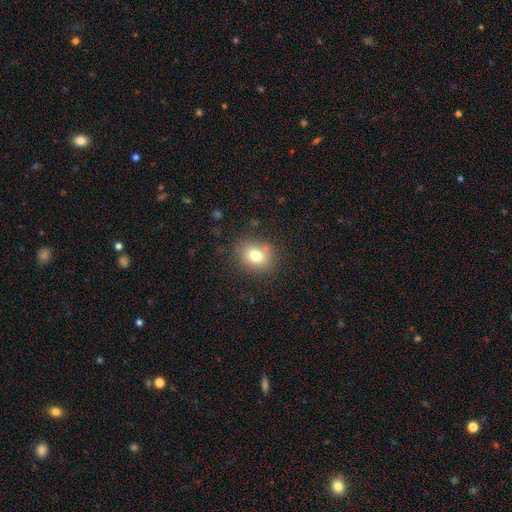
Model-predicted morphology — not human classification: Smooth or featured? Predicted: smooth (p=0.76). How rounded? Predicted: round (p=0.57). Merging? Predicted: none (p=0.80).